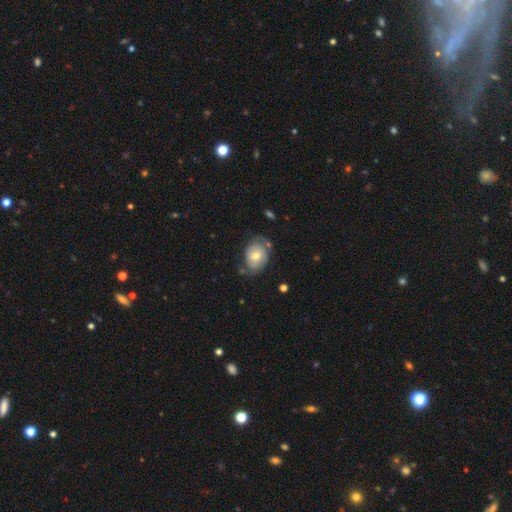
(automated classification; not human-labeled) Smooth or featured? Predicted: smooth (p=0.60). How rounded? Predicted: in between (p=0.69). Merging? Predicted: none (p=0.59).